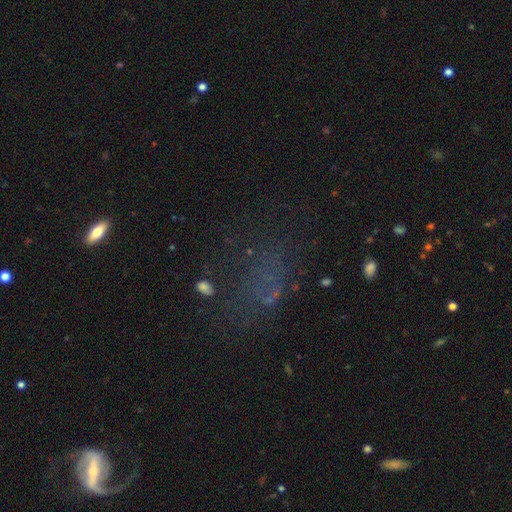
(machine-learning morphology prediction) Overall: star or artifact (41%; smooth 31%).